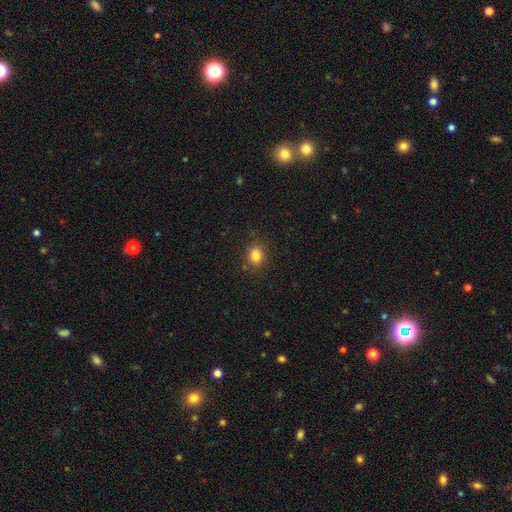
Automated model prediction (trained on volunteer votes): Smooth or featured: smooth — 82% (star or artifact — 12%)
How rounded: round — 56% (in between — 43%)
Merging: none — 84% (minor disturbance — 11%)